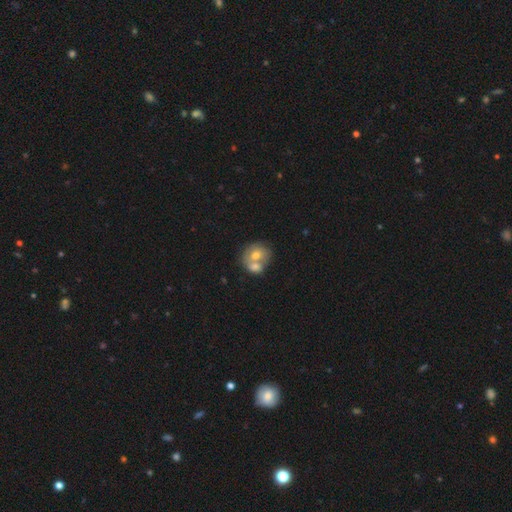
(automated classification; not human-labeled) Smooth or featured? smooth (64%)
How rounded? round (71%)
Merging? merger (64%)